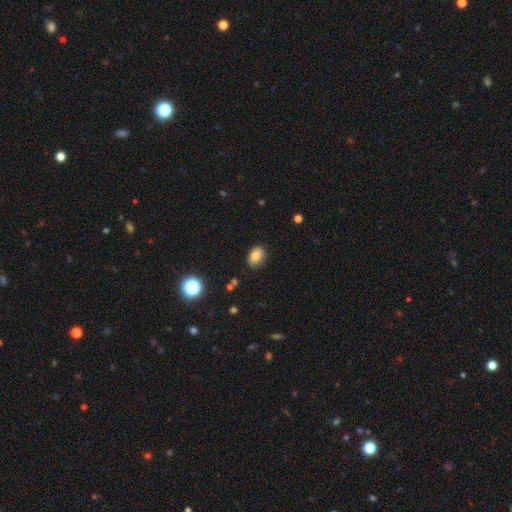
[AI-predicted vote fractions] The model was most divided on "how rounded": in between: 79%, round: 19%, cigar-shaped: 1%. More confident: smooth or featured — smooth (81%); merging — none (80%).